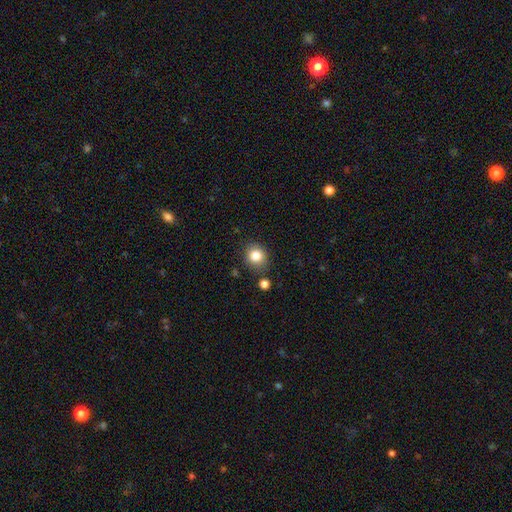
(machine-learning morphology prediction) This appears to be a smooth galaxy with no disk features (83%) that is round (78%). Merging: none (82%).